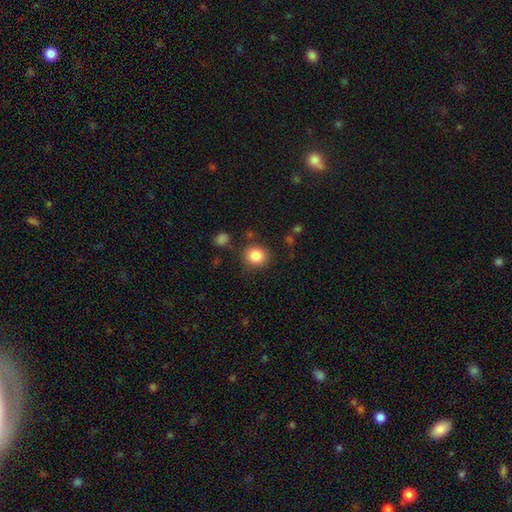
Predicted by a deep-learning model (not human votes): Smooth or featured? Predicted: smooth (p=0.85). How rounded? Predicted: round (p=0.82). Merging? Predicted: none (p=0.83).